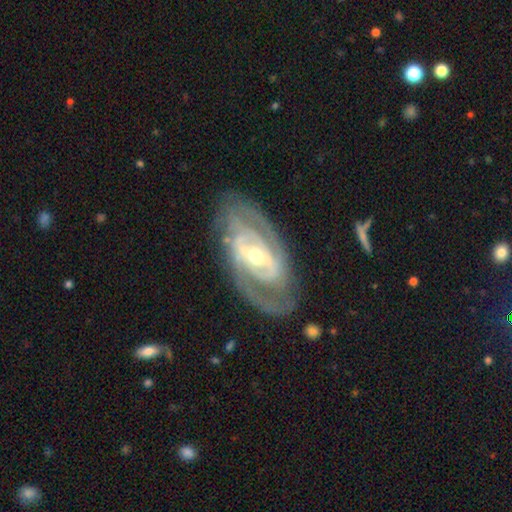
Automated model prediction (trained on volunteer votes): Smooth or featured: featured or disk — 88% (smooth — 7%)
Edge-on disk: no — 94% (yes — 6%)
Bar: strong — 42% (weak — 37%)
Spiral arms: yes — 91% (no — 9%)
Spiral winding: tight — 58% (medium — 33%)
Spiral arm count: 2 — 56% (can't tell — 22%)
Bulge size: moderate — 53% (small — 42%)
Merging: none — 76% (minor disturbance — 15%)